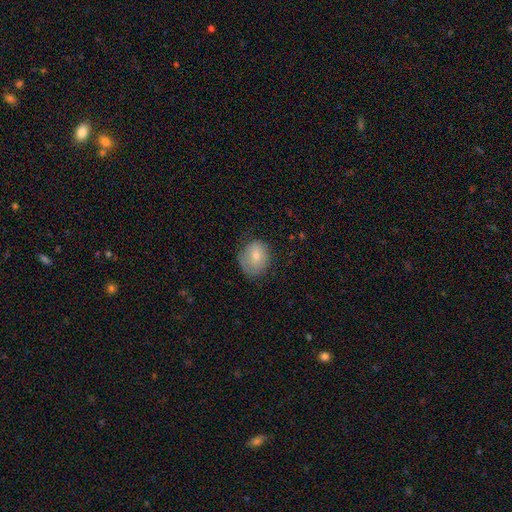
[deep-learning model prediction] Overall: smooth (70%). How rounded: round (62%; in between 37%). Merging: none (64%; minor disturbance 26%).